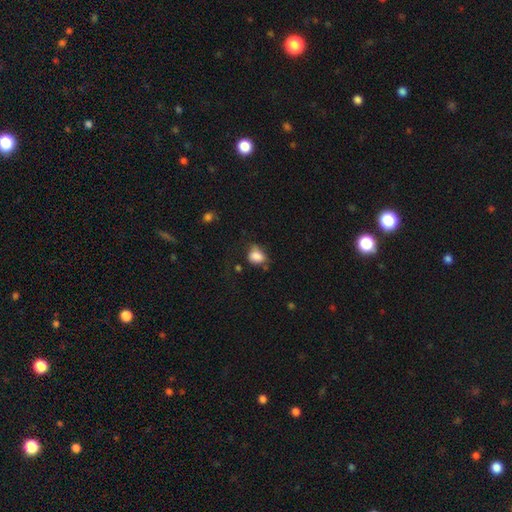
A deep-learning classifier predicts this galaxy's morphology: A smooth galaxy with no disk features (84%) that is in between round and cigar-shaped (57%). Merging: none (46%).